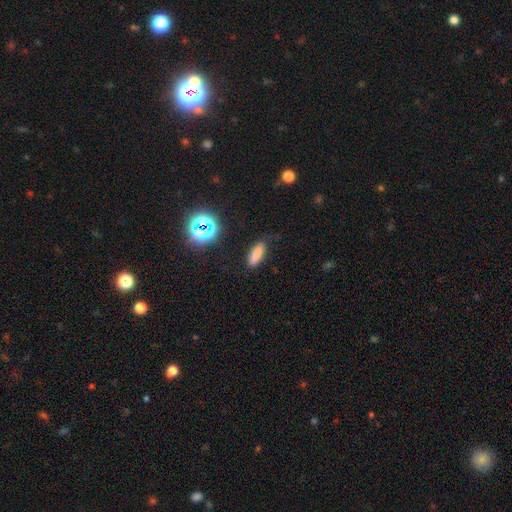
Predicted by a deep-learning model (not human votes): smooth 77%, star or artifact 14%, featured or disk 8%. Down the decision tree: how rounded — in between (51%); merging — none (79%).